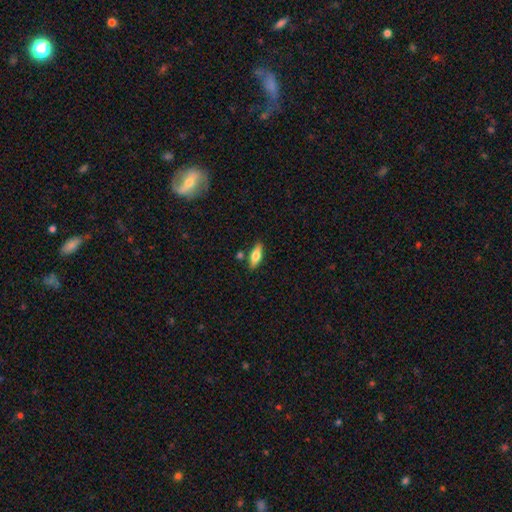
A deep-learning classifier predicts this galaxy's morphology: smooth_or_featured: smooth (p=0.65) [alt: featured or disk p=0.28]
how_rounded: in between (p=0.65) [alt: cigar-shaped p=0.32]
merging: none (p=0.81) [alt: minor disturbance p=0.11]